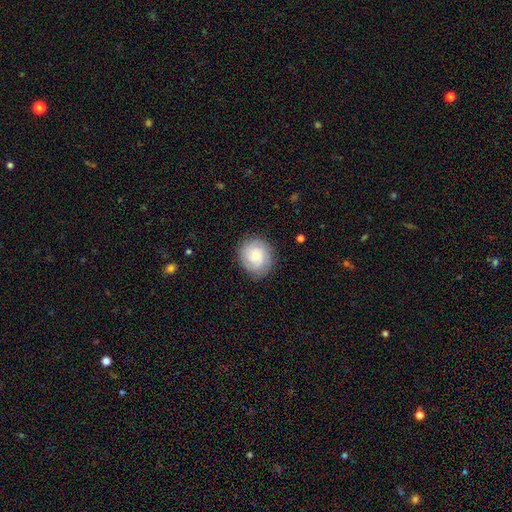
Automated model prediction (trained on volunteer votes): A smooth galaxy with no disk features (53%) that is round (84%).

Vote fractions:
- Smooth or featured? smooth: 53% / featured or disk: 40% / star or artifact: 8%
- How rounded? round: 84% / in between: 15% / cigar-shaped: 1%
- Merging? none: 84% / minor disturbance: 11% / major disturbance: 3% / merger: 1%